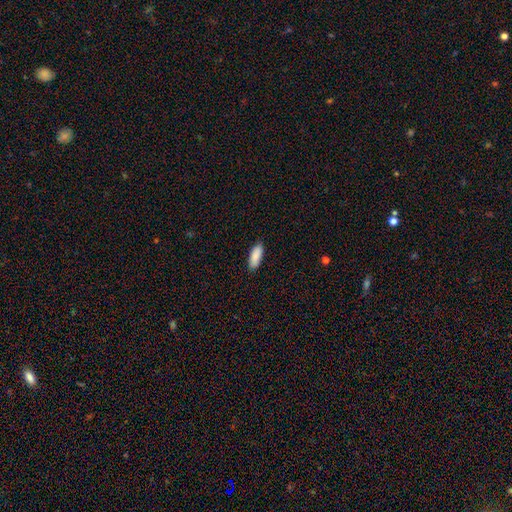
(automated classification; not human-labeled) Smooth or featured? smooth (90%)
How rounded? in between (75%)
Merging? none (87%)